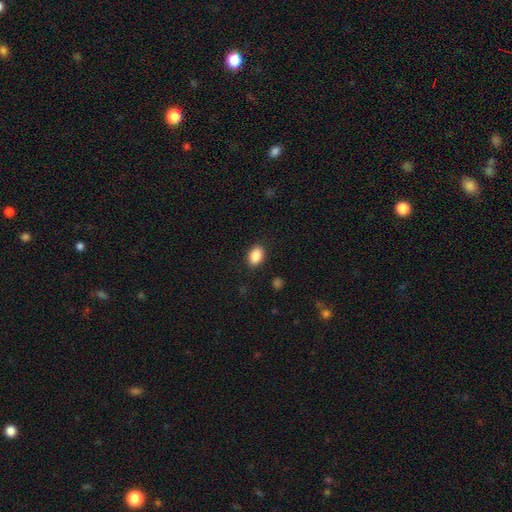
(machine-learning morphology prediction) This is clearly a smooth galaxy (88%). How rounded: clearly in between (82%). Merging: clearly none (89%).